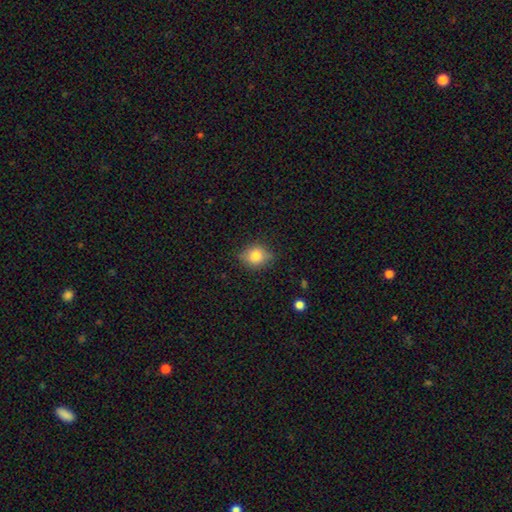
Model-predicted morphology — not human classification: A smooth galaxy with no disk features (77%) that is round (56%).

Vote fractions:
- Smooth or featured? smooth: 77% / featured or disk: 13% / star or artifact: 10%
- How rounded? round: 56% / in between: 42% / cigar-shaped: 2%
- Merging? none: 78% / minor disturbance: 18% / major disturbance: 4% / merger: 1%